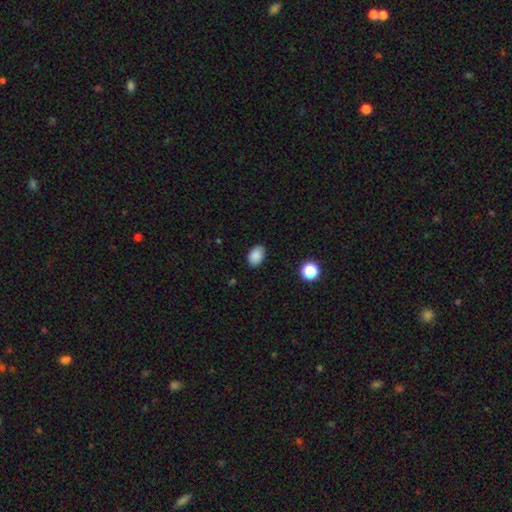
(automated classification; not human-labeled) Smooth or featured?
  - smooth: 87% *
  - star or artifact: 9%
  - featured or disk: 4%
How rounded?
  - in between: 82% *
  - round: 17%
  - cigar-shaped: 1%
Merging?
  - none: 85% *
  - minor disturbance: 11%
  - major disturbance: 2%
  - merger: 1%